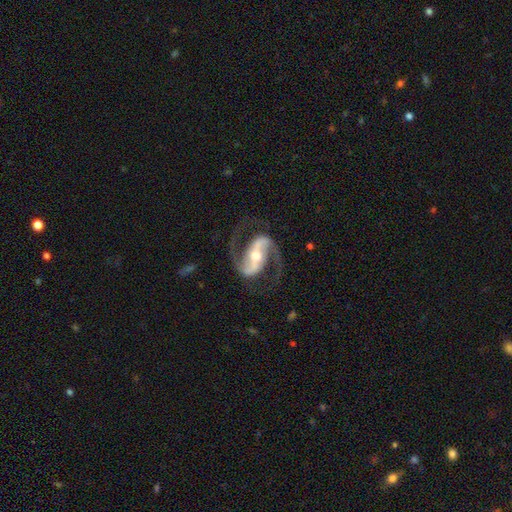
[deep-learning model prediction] featured or disk 93%, star or artifact 4%, smooth 3%. Down the decision tree: edge-on disk — no (97%); bar — strong (60%); spiral arms — yes (98%); spiral arm count — 2 (94%); spiral winding — medium (59%); bulge size — moderate (61%); merging — none (79%).